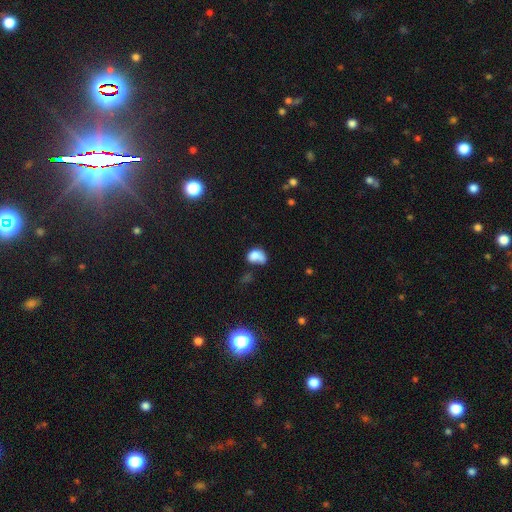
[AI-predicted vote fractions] A smooth galaxy with no disk features (72%) that is in between round and cigar-shaped (70%). Merging: none (27%).